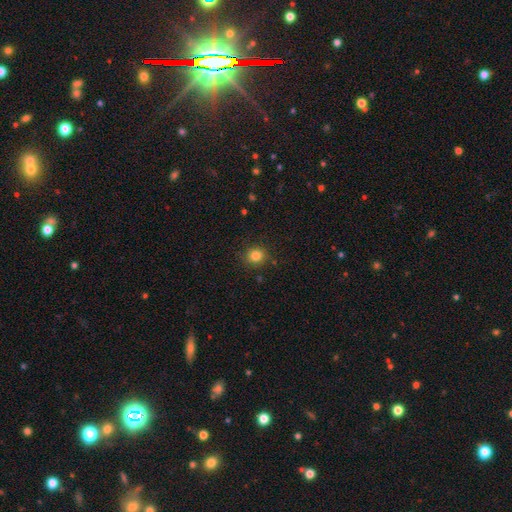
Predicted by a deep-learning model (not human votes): The model was most divided on "how rounded": round: 85%, in between: 14%, cigar-shaped: 1%. More confident: merging — none (86%); smooth or featured — smooth (83%).